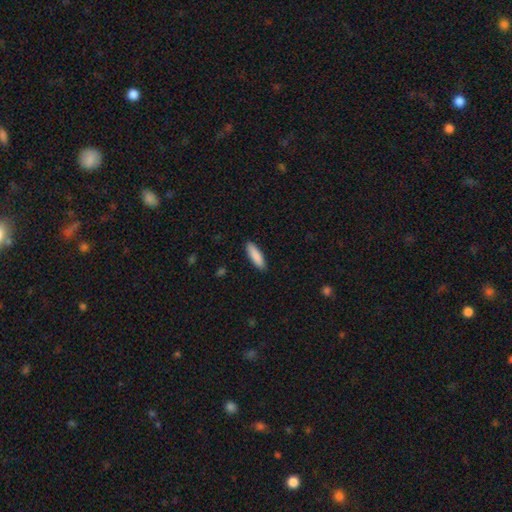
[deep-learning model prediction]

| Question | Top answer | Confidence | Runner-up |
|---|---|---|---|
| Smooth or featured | smooth | 88% | featured or disk (7%) |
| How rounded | cigar-shaped | 59% | in between (40%) |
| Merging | none | 89% | minor disturbance (8%) |